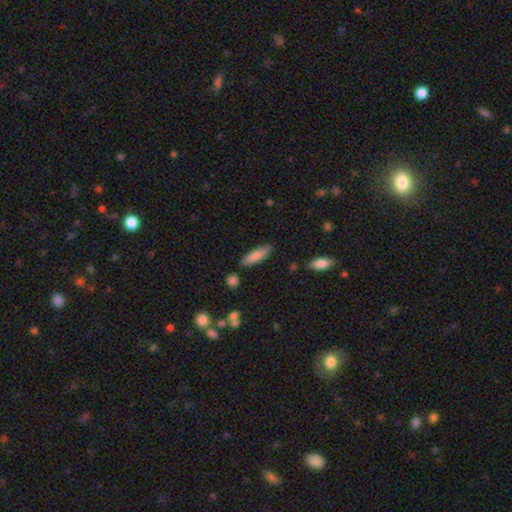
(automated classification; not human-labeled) Smooth or featured?
  - smooth: 84% *
  - featured or disk: 10%
  - star or artifact: 6%
How rounded?
  - cigar-shaped: 56% *
  - in between: 42%
  - round: 2%
Merging?
  - none: 83% *
  - minor disturbance: 11%
  - merger: 3%
  - major disturbance: 3%